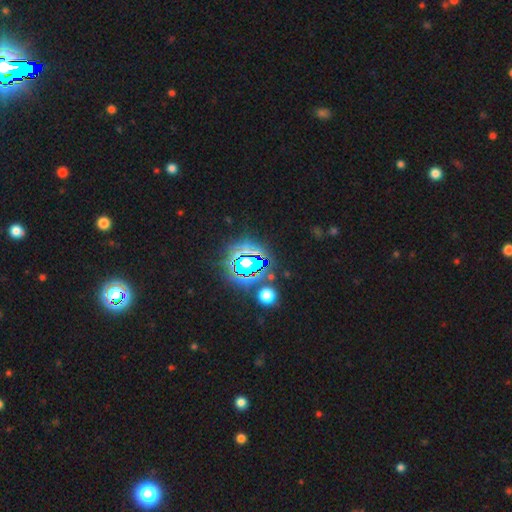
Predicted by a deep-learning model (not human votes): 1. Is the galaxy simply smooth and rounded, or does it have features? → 69% star or artifact, 19% smooth, 12% featured or disk.